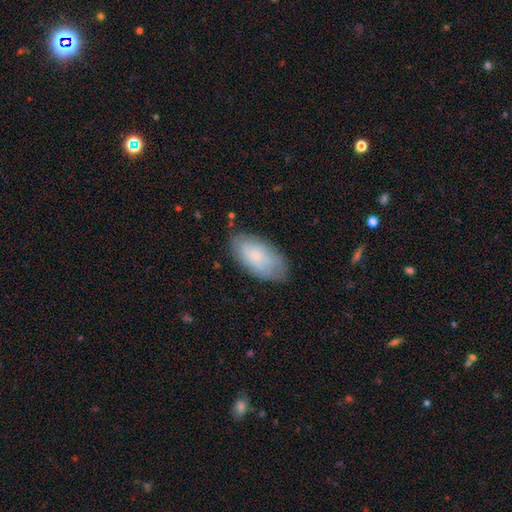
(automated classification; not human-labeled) This appears to be a smooth galaxy with no disk features (63%) that is in between round and cigar-shaped (94%). Merging: none (74%).